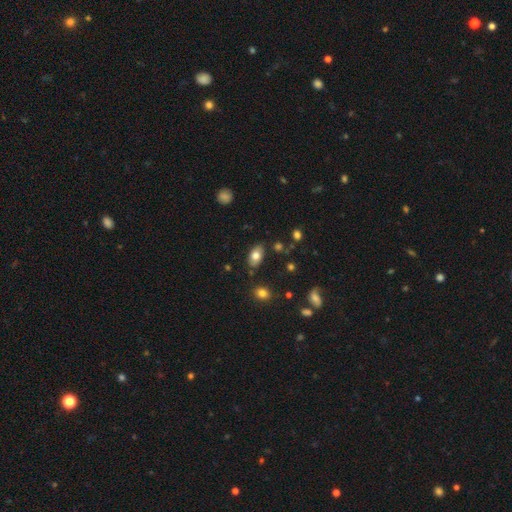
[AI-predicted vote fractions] A smooth galaxy with no disk features (78%) that is in between round and cigar-shaped (91%).

Vote fractions:
- Smooth or featured? smooth: 78% / featured or disk: 14% / star or artifact: 8%
- How rounded? in between: 91% / round: 7% / cigar-shaped: 2%
- Merging? none: 82% / minor disturbance: 13% / major disturbance: 3% / merger: 3%